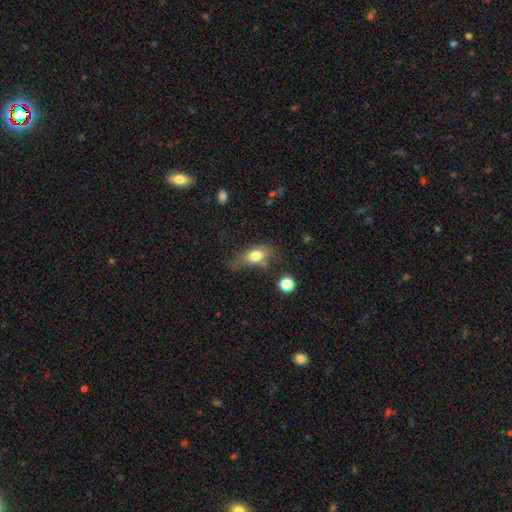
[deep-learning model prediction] Smooth or featured? Predicted: smooth (p=0.75). How rounded? Predicted: in between (p=0.79). Merging? Predicted: none (p=0.46).